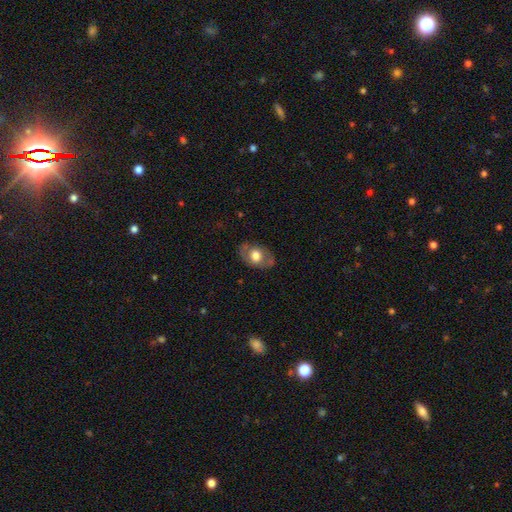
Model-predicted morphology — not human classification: smooth_or_featured: smooth (p=0.51) [alt: featured or disk p=0.43]
how_rounded: in between (p=0.77) [alt: round p=0.22]
merging: none (p=0.75) [alt: minor disturbance p=0.17]